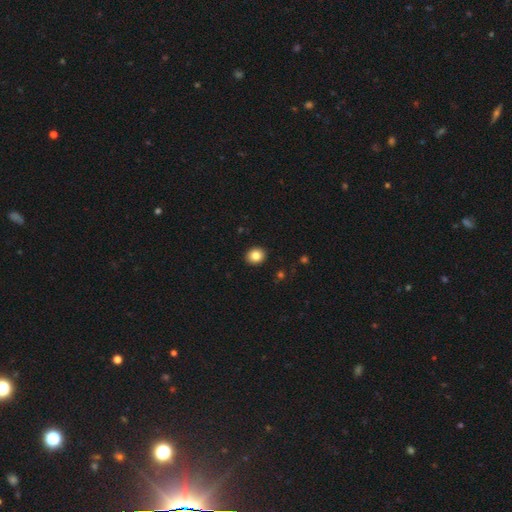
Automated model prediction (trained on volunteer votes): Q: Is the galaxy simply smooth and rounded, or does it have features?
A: smooth — 85%.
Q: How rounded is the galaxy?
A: round — 74%.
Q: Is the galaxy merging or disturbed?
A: none — 92%.